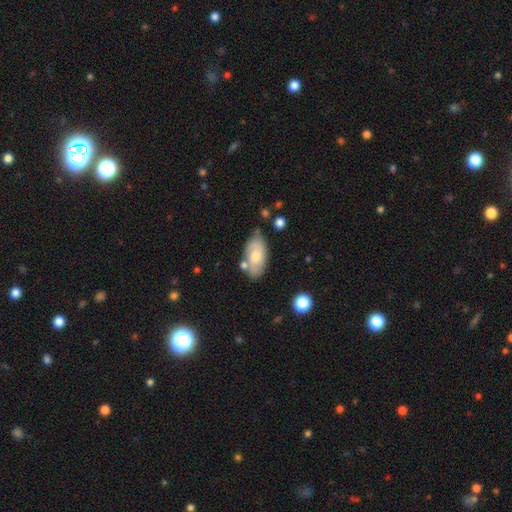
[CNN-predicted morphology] The model was most divided on "smooth or featured": smooth: 57%, featured or disk: 37%, star or artifact: 7%. More confident: how rounded — in between (92%); merging — none (64%).